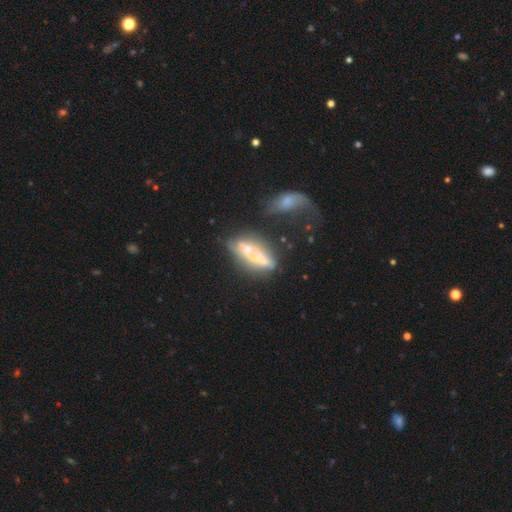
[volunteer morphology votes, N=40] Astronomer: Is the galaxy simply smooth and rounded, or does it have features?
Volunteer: featured or disk — 57% (runner-up: smooth, 35%).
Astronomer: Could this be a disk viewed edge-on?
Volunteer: yes — 61% (runner-up: no, 39%).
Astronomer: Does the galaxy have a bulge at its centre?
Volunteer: none — 57% (runner-up: rounded, 43%).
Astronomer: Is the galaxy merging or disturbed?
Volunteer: minor disturbance — 30%, tied with major disturbance at 30%.